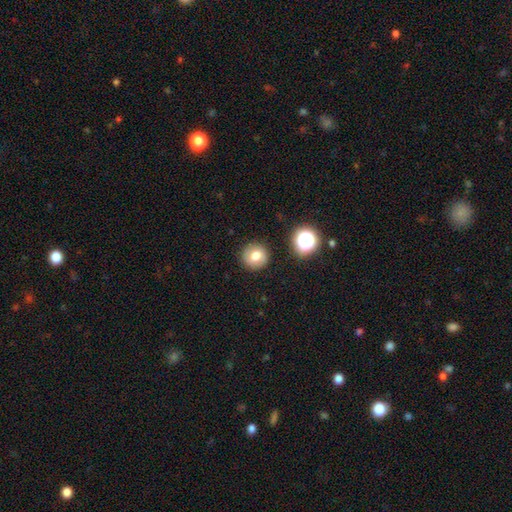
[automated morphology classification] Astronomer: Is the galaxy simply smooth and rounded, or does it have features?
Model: smooth — 69%.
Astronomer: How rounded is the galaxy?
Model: round — 92%.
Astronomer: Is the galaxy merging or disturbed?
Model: none — 87%.